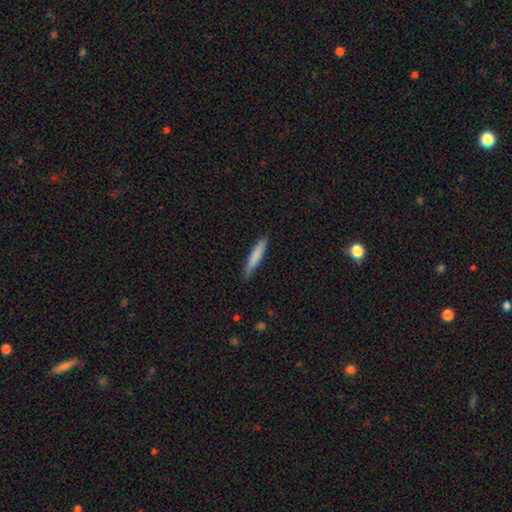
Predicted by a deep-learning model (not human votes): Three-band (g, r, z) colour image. It shows a smooth galaxy with no disk features (79%) that is cigar-shaped (92%). Merging: none (82%).